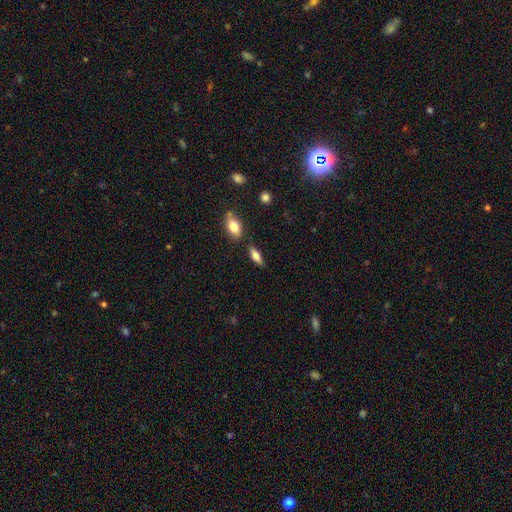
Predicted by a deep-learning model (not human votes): Morphology: type=smooth (73%); roundness=in between (68%); merging=none (78%).